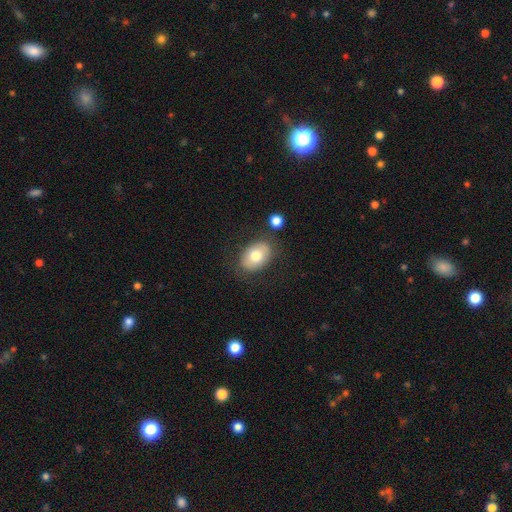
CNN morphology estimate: smooth-or-featured: smooth: 73% | featured or disk: 20% | star or artifact: 8%
  how-rounded: in between: 82% | round: 17% | cigar-shaped: 1%
  merging: none: 77% | minor disturbance: 14% | major disturbance: 5% | merger: 4%